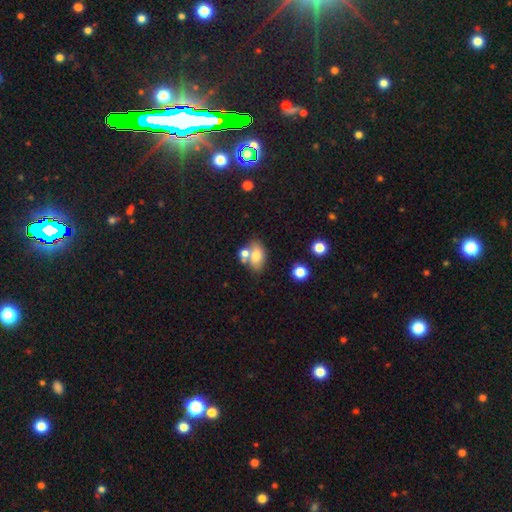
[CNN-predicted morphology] The model was most divided on "merging": none: 50%, merger: 32%, minor disturbance: 13%, major disturbance: 5%. More confident: how rounded — in between (81%); smooth or featured — smooth (71%).